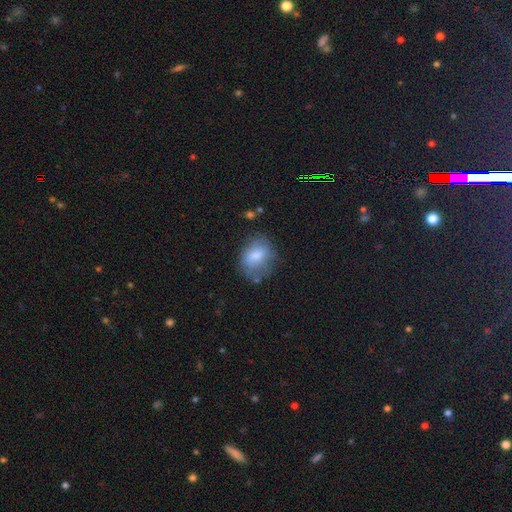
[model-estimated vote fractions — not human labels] Smooth or featured?
  - smooth: 72% *
  - featured or disk: 19%
  - star or artifact: 8%
How rounded?
  - in between: 57% *
  - round: 42%
  - cigar-shaped: 1%
Merging?
  - none: 56% *
  - minor disturbance: 27%
  - major disturbance: 12%
  - merger: 5%